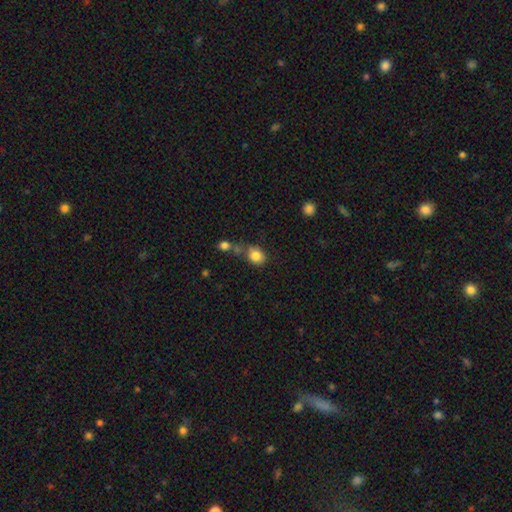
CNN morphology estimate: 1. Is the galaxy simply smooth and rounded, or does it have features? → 83% smooth, 10% star or artifact, 7% featured or disk.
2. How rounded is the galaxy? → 61% round, 38% in between, 1% cigar-shaped.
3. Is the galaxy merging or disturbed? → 51% none, 26% merger, 16% minor disturbance, 6% major disturbance.